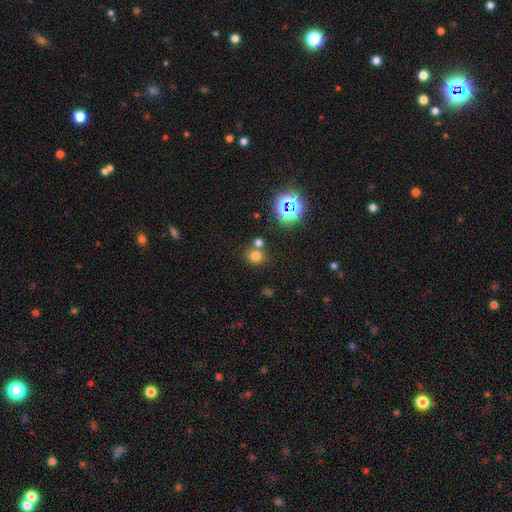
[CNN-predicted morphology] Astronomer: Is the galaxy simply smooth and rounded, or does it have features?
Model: smooth — 70%.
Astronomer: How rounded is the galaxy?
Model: round — 74%.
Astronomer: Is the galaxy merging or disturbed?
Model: none — 65%.